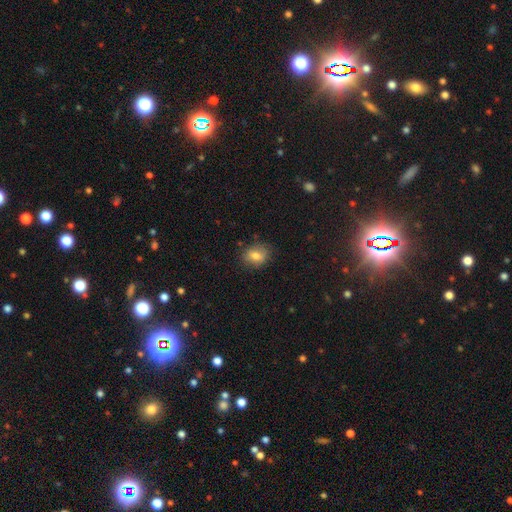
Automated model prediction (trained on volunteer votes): The model was most divided on "how rounded": in between: 58%, round: 41%, cigar-shaped: 1%. More confident: merging — none (76%); smooth or featured — smooth (76%).